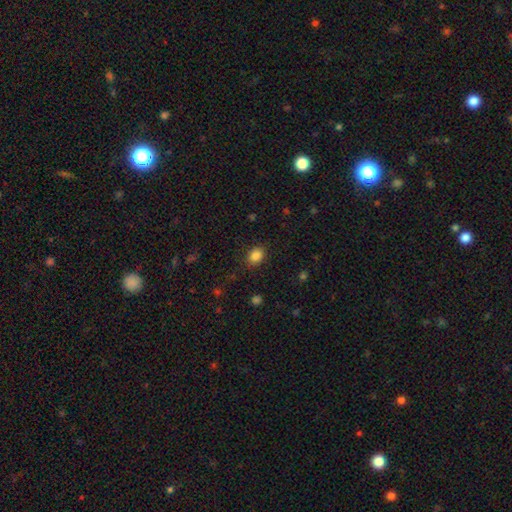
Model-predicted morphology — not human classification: type=smooth (85%); roundness=in between (58%); merging=none (86%).